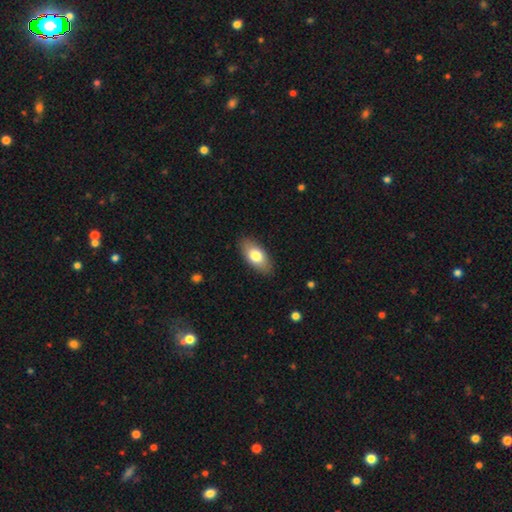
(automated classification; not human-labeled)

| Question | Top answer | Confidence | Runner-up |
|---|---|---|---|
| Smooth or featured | smooth | 75% | featured or disk (19%) |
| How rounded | in between | 90% | cigar-shaped (6%) |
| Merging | none | 87% | minor disturbance (10%) |